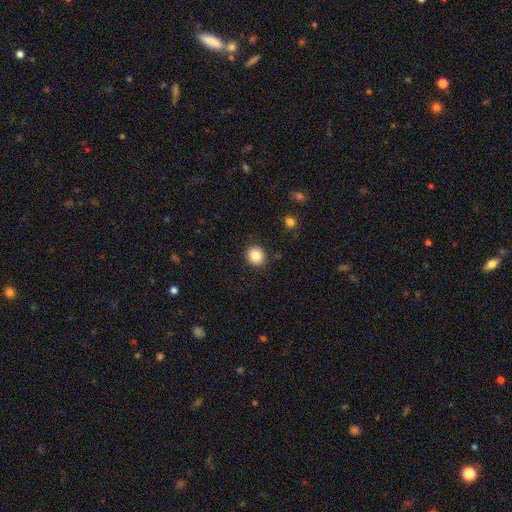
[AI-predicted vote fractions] Smooth or featured? smooth (84%)
How rounded? round (82%)
Merging? none (90%)